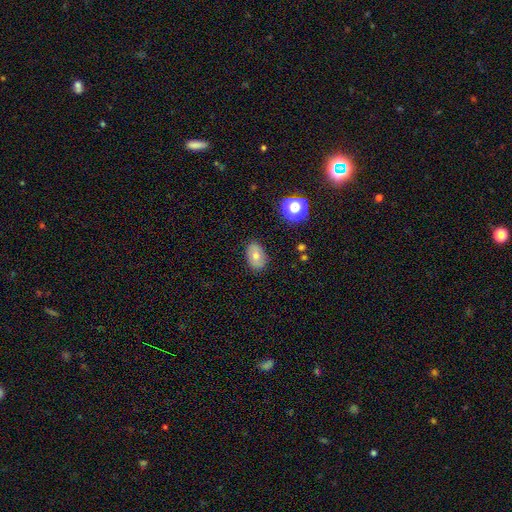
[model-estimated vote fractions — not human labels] smooth-or-featured: smooth: 65% | featured or disk: 24% | star or artifact: 11%
  how-rounded: in between: 83% | round: 16% | cigar-shaped: 1%
  merging: none: 83% | minor disturbance: 12% | major disturbance: 3% | merger: 1%